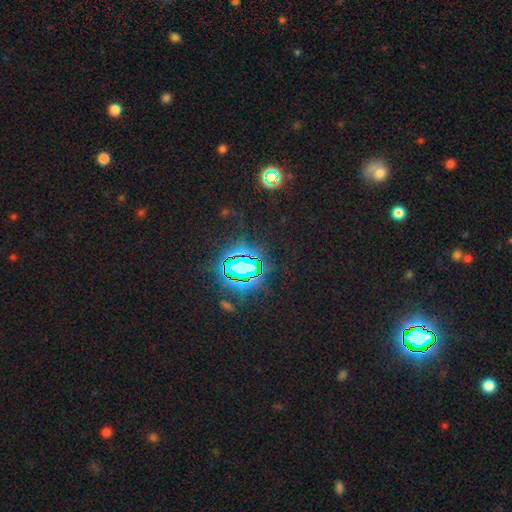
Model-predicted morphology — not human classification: type=star or artifact (83%).